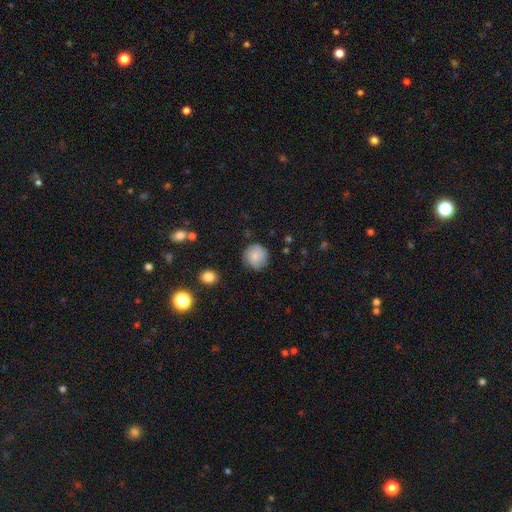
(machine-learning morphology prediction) Smooth or featured? Predicted: smooth (p=0.81). How rounded? Predicted: round (p=0.92). Merging? Predicted: none (p=0.80).